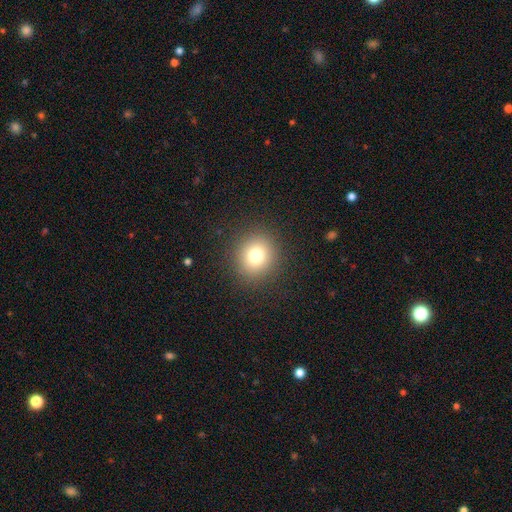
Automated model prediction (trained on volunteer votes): The model was most divided on "smooth or featured": smooth: 77%, star or artifact: 14%, featured or disk: 9%. More confident: merging — none (90%); how rounded — round (88%).